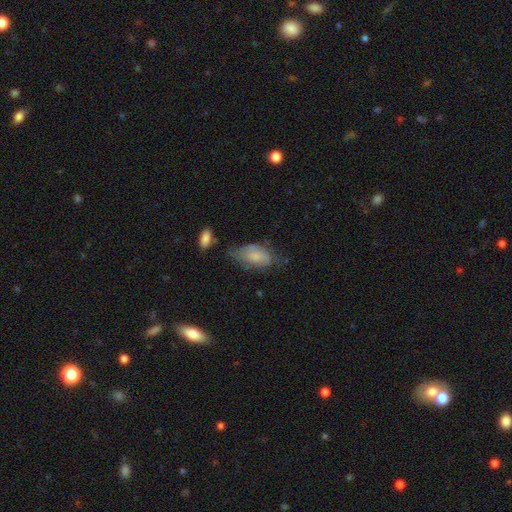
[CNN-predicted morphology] smooth-or-featured: smooth: 73% | featured or disk: 20% | star or artifact: 7%
  how-rounded: in between: 92% | cigar-shaped: 5% | round: 4%
  merging: none: 44% | minor disturbance: 35% | major disturbance: 16% | merger: 5%